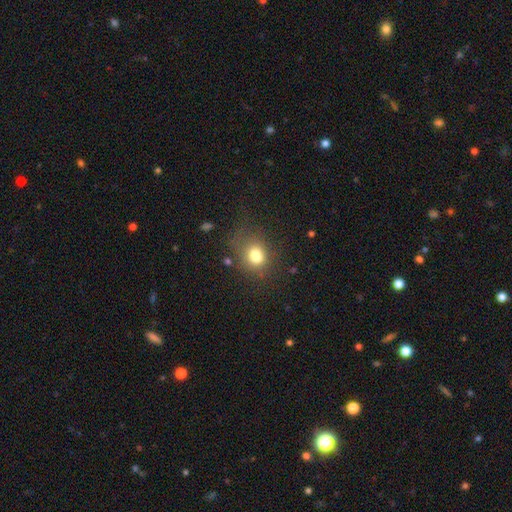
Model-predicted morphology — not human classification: Smooth or featured: smooth — 77% (star or artifact — 12%)
How rounded: round — 54% (in between — 45%)
Merging: none — 56% (minor disturbance — 22%)